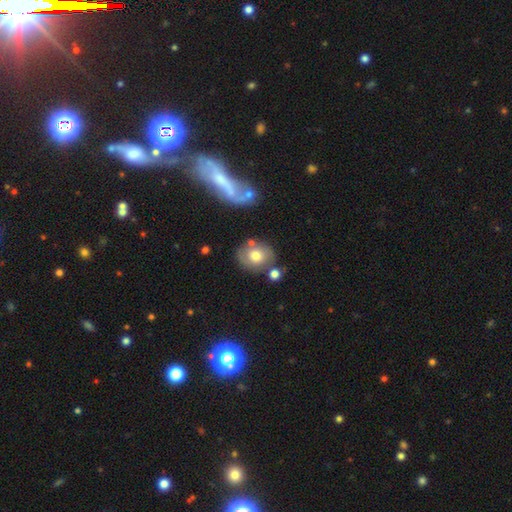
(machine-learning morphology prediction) type=smooth (64%); roundness=round (65%); merging=none (66%).